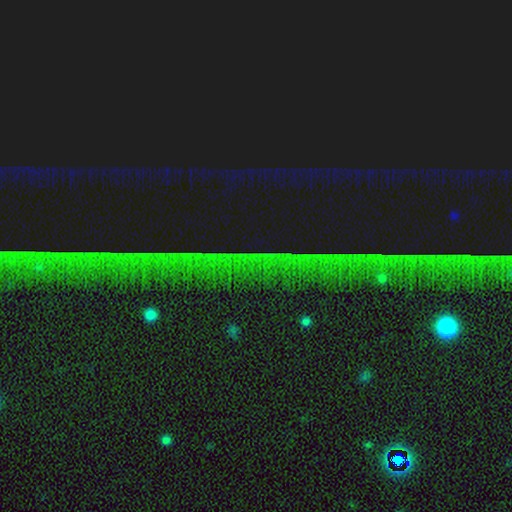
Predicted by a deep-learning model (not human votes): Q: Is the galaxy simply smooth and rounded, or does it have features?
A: star or artifact — 79%.